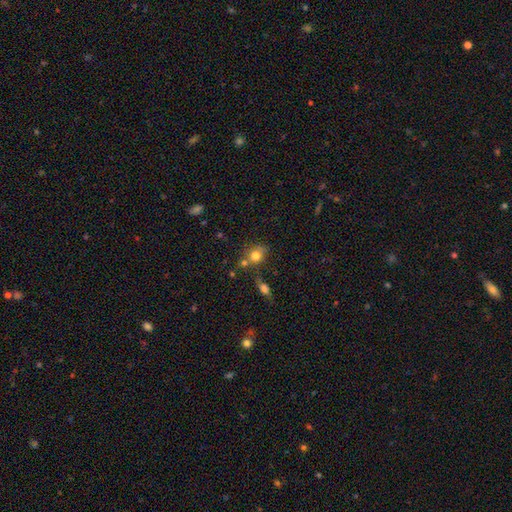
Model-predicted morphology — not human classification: smooth-or-featured: smooth: 75% | star or artifact: 13% | featured or disk: 12%
  how-rounded: round: 68% | in between: 30% | cigar-shaped: 2%
  merging: none: 52% | merger: 26% | minor disturbance: 15% | major disturbance: 6%